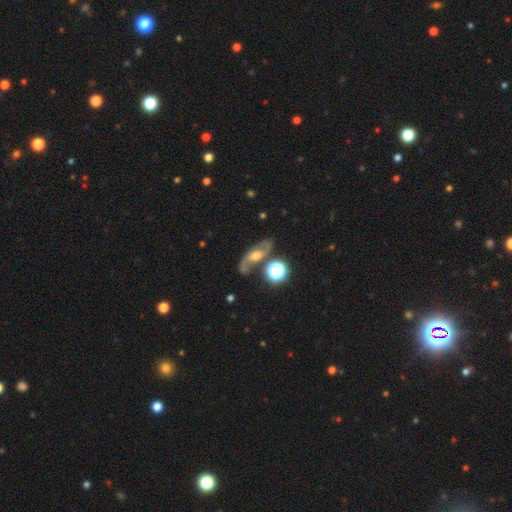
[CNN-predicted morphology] type=featured or disk (68%); edge-on=no (87%); bar=no (49%); spiral arms=yes (88%); winding=loose (54%); arm count=2 (87%); bulge=moderate (59%); merging=none (64%).